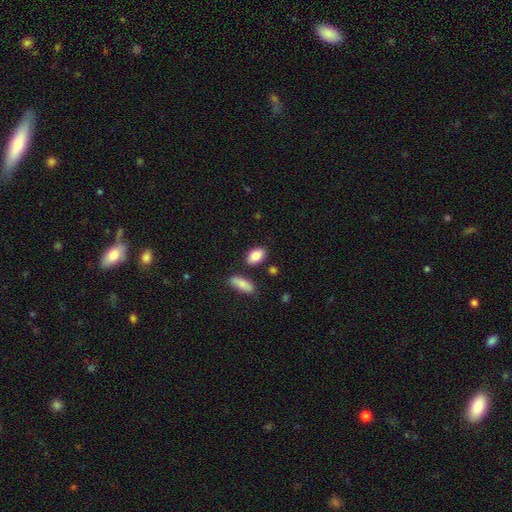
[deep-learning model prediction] smooth-or-featured: smooth: 87% | star or artifact: 7% | featured or disk: 6%
  how-rounded: in between: 89% | round: 9% | cigar-shaped: 2%
  merging: none: 80% | minor disturbance: 11% | merger: 6% | major disturbance: 3%